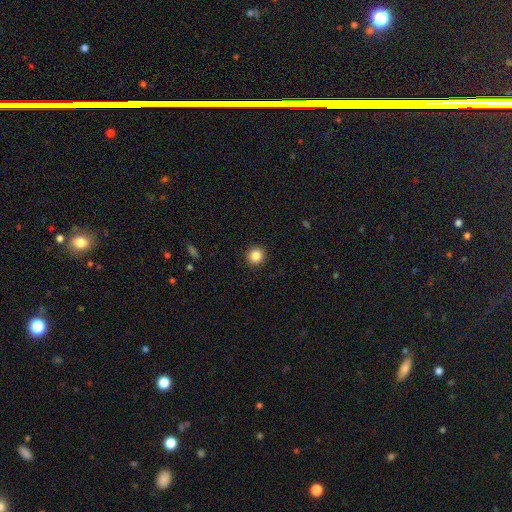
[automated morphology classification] smooth 86%, star or artifact 10%, featured or disk 4%. Down the decision tree: how rounded — round (93%); merging — none (93%).